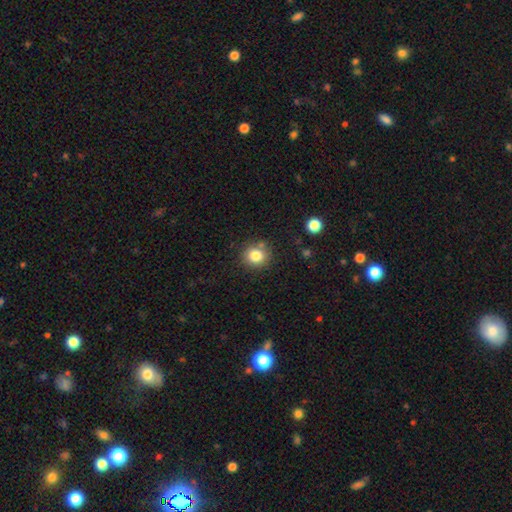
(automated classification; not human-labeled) smooth_or_featured: smooth (p=0.82) [alt: star or artifact p=0.11]
how_rounded: round (p=0.85) [alt: in between p=0.14]
merging: none (p=0.80) [alt: minor disturbance p=0.11]